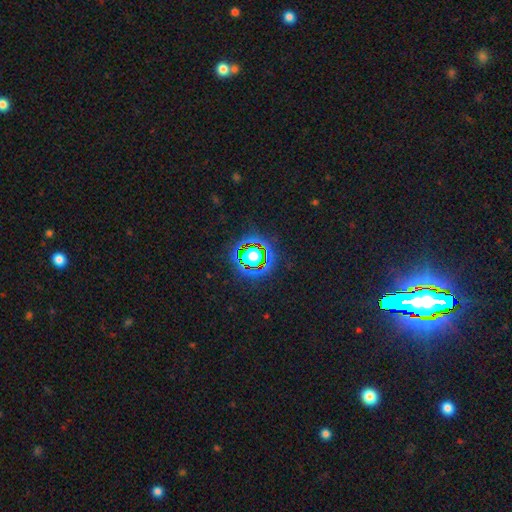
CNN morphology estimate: star or artifact 83%, smooth 10%, featured or disk 8%.